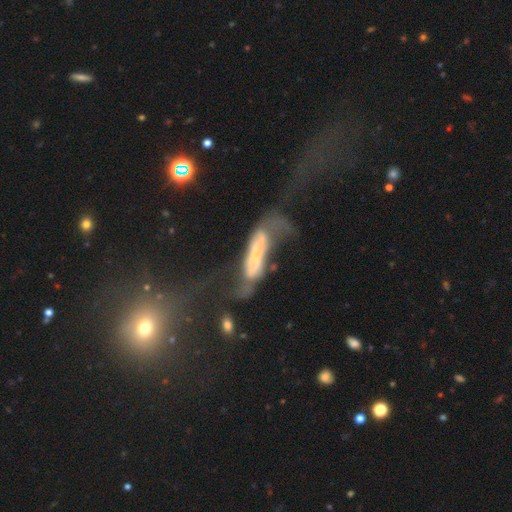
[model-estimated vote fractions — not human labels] This appears to be a featured or disk galaxy (50%). Merging: major disturbance (49%).